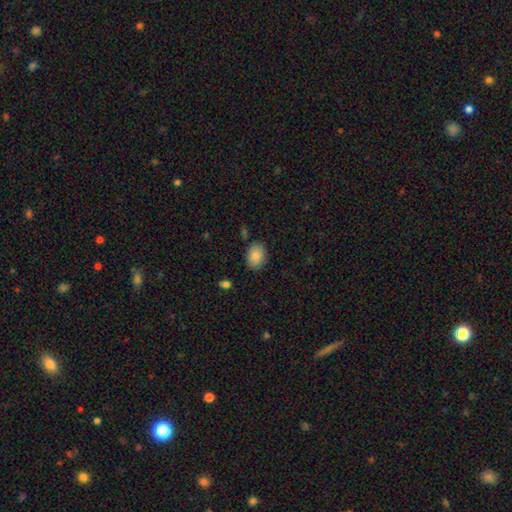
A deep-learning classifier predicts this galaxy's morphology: type=smooth (87%); roundness=in between (77%); merging=none (84%).